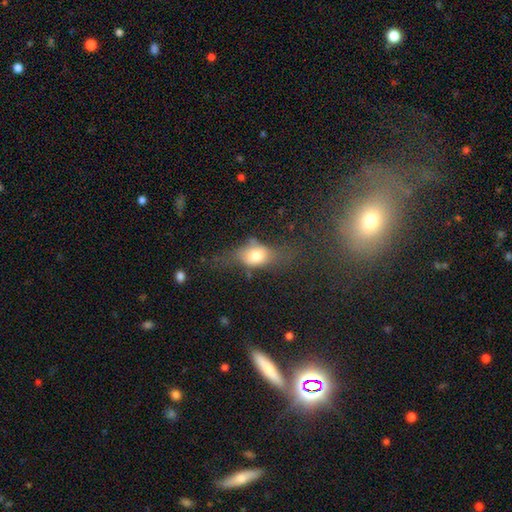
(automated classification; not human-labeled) Smooth or featured? Predicted: smooth (p=0.63). How rounded? Predicted: in between (p=0.72). Merging? Predicted: none (p=0.38).